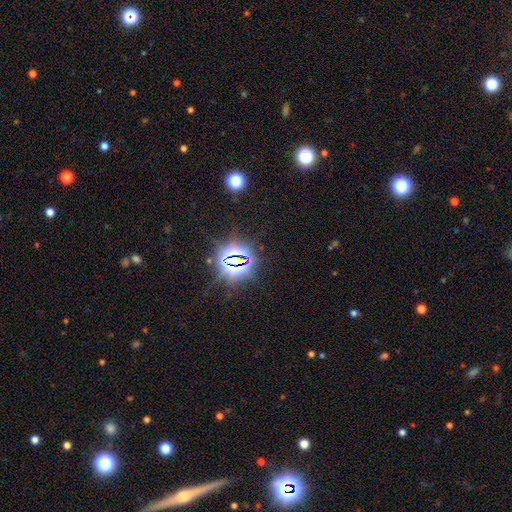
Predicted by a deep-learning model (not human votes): A star or artifact, not a galaxy (80%).